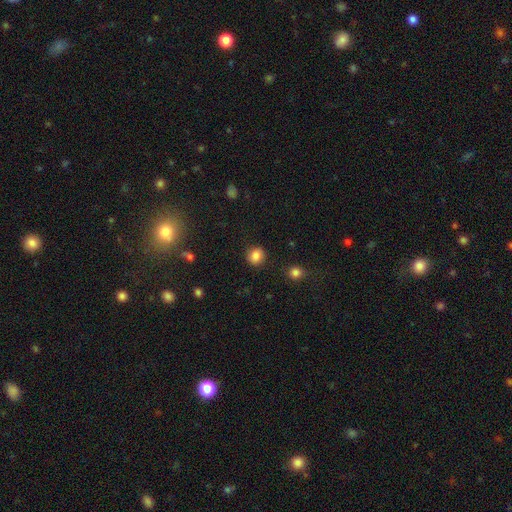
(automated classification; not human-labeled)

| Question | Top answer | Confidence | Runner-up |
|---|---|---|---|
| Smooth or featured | smooth | 85% | star or artifact (10%) |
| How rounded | round | 84% | in between (15%) |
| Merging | none | 88% | minor disturbance (8%) |